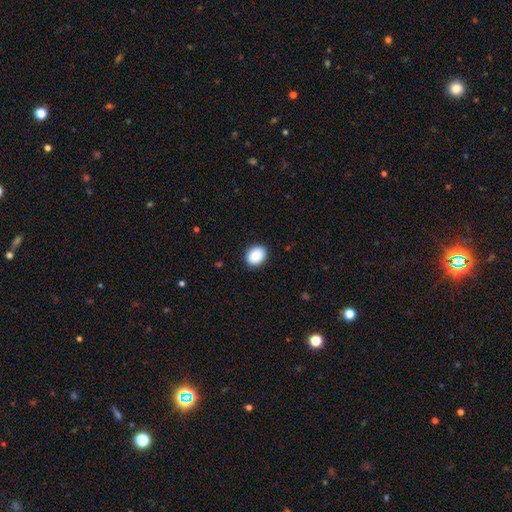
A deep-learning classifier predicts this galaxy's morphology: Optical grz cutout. It shows a smooth galaxy with no disk features (89%) that is in between round and cigar-shaped (58%). Merging: none (89%).